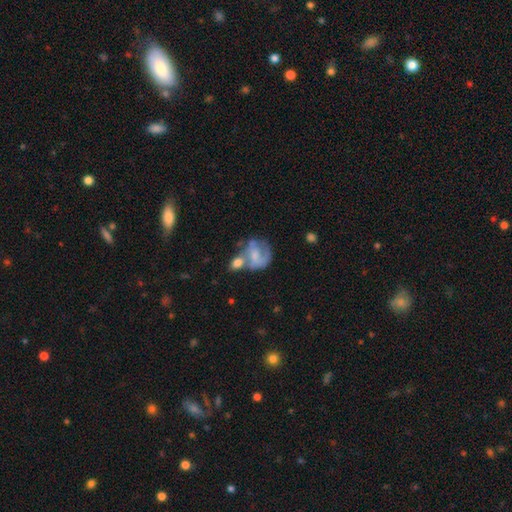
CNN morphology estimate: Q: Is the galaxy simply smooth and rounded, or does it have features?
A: featured or disk — 47%.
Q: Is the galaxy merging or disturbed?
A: merger — 35%.